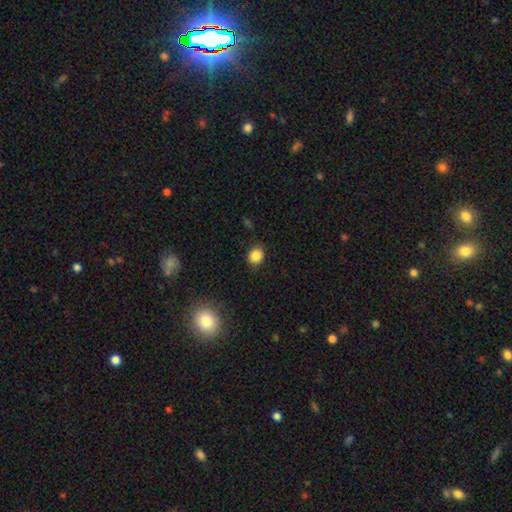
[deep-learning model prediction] A smooth galaxy with no disk features (86%) that is round (67%).

Vote fractions:
- Smooth or featured? smooth: 86% / star or artifact: 10% / featured or disk: 4%
- How rounded? round: 67% / in between: 32% / cigar-shaped: 1%
- Merging? none: 83% / minor disturbance: 12% / major disturbance: 3% / merger: 1%